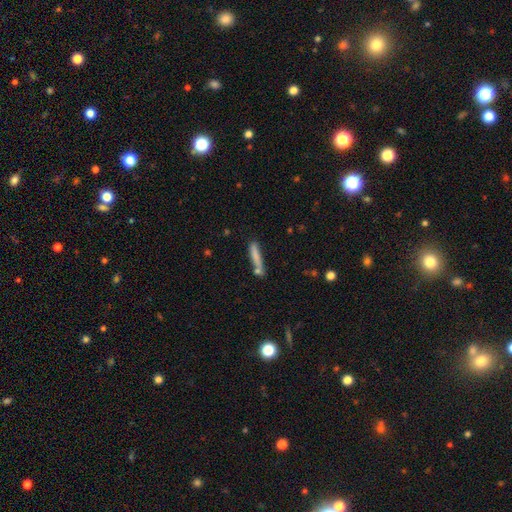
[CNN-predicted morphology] Q: Smooth or featured?
A: smooth (76%); runner-up: featured or disk (16%)
Q: How rounded?
A: cigar-shaped (89%); runner-up: in between (10%)
Q: Merging?
A: none (63%); runner-up: minor disturbance (17%)